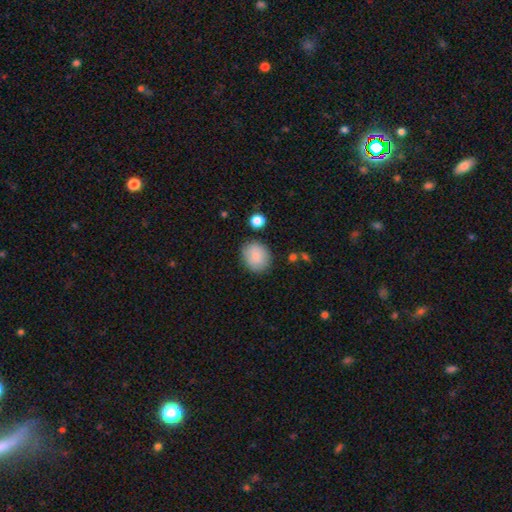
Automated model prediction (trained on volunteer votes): Smooth or featured? smooth (87%)
How rounded? round (64%)
Merging? none (81%)